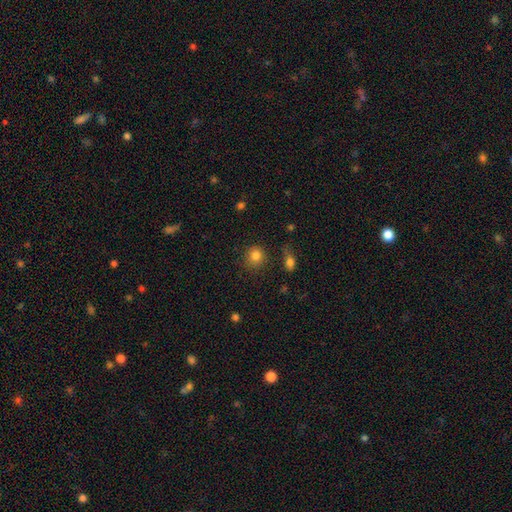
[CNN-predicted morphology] Smooth or featured? smooth (83%)
How rounded? round (87%)
Merging? none (80%)